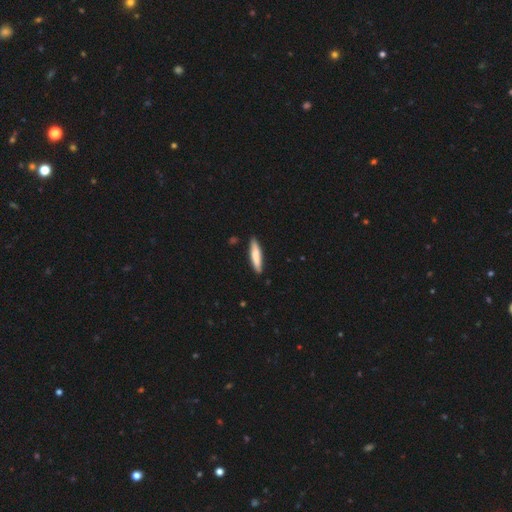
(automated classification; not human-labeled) Q: Smooth or featured?
A: smooth (73%); runner-up: featured or disk (21%)
Q: How rounded?
A: cigar-shaped (83%); runner-up: in between (16%)
Q: Merging?
A: none (85%); runner-up: minor disturbance (11%)